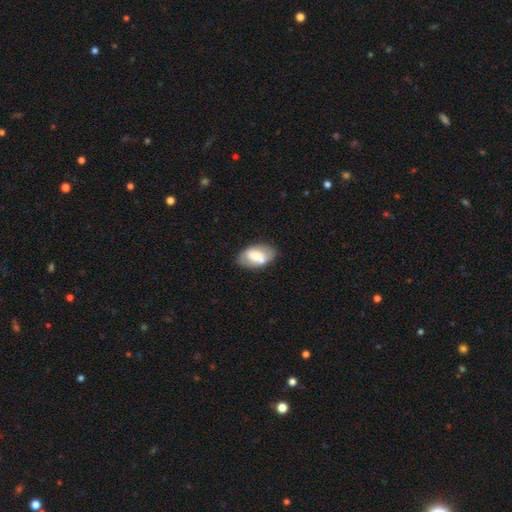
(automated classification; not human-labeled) This is possibly a smooth galaxy (58%). How rounded: clearly in between (92%). Merging: likely none (65%).